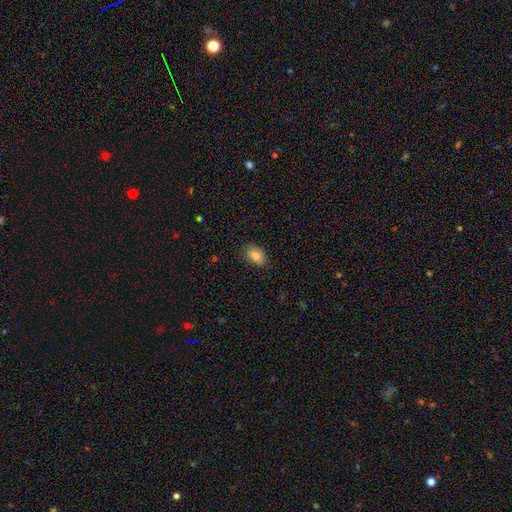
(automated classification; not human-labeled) Smooth or featured?
  - smooth: 81% *
  - featured or disk: 11%
  - star or artifact: 8%
How rounded?
  - in between: 87% *
  - round: 11%
  - cigar-shaped: 2%
Merging?
  - none: 81% *
  - minor disturbance: 15%
  - major disturbance: 3%
  - merger: 1%